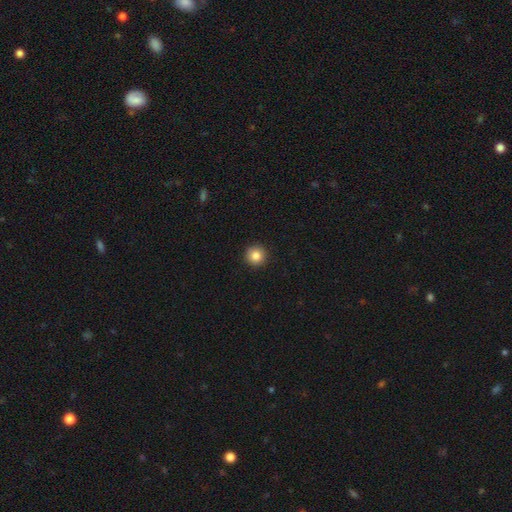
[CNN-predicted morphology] This appears to be a smooth galaxy with no disk features (85%) that is round (96%). Merging: none (93%).